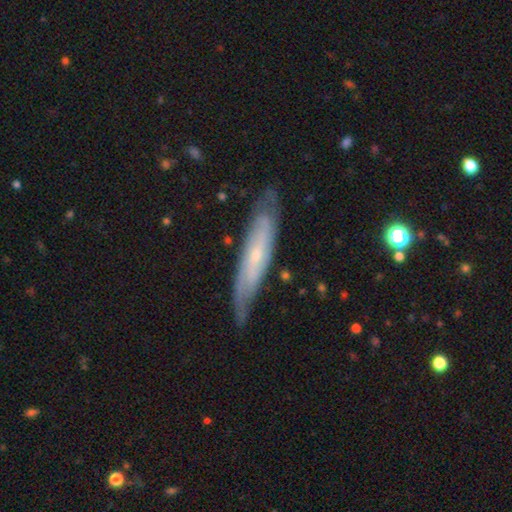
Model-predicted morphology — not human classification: smooth-or-featured: featured or disk: 70% | smooth: 24% | star or artifact: 6%
  disk-edge-on: no: 60% | yes: 40%
  merging: none: 74% | minor disturbance: 19% | major disturbance: 5% | merger: 2%